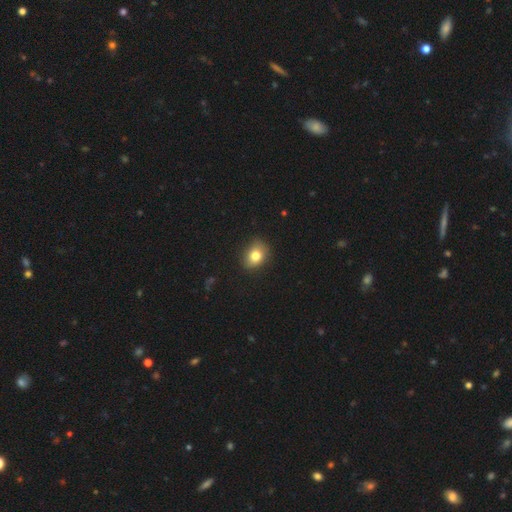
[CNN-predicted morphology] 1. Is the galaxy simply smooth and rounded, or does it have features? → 80% smooth, 10% star or artifact, 10% featured or disk.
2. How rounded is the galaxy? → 58% in between, 41% round, 1% cigar-shaped.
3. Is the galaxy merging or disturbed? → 80% none, 15% minor disturbance, 3% major disturbance, 1% merger.